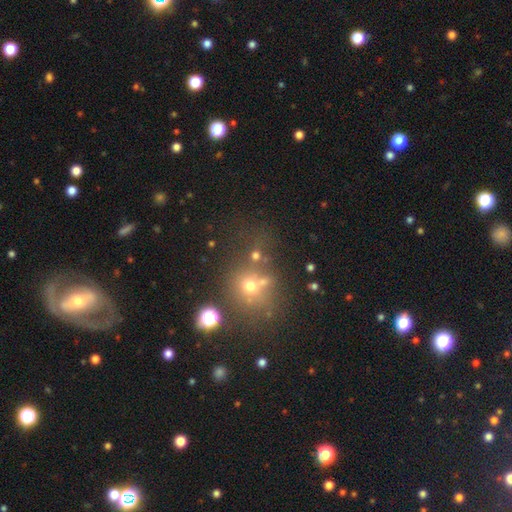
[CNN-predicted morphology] A smooth galaxy with no disk features (60%) that is round (82%).

Vote fractions:
- Smooth or featured? smooth: 60% / star or artifact: 27% / featured or disk: 12%
- How rounded? round: 82% / in between: 17% / cigar-shaped: 2%
- Merging? none: 62% / merger: 20% / minor disturbance: 11% / major disturbance: 7%